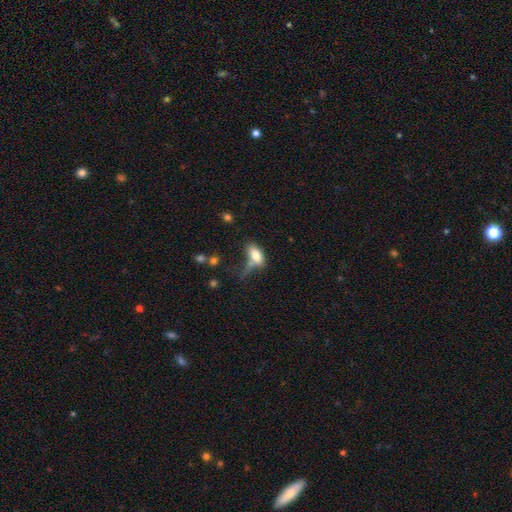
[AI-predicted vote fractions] smooth 76%, featured or disk 16%, star or artifact 8%. Down the decision tree: how rounded — in between (87%); merging — none (31%).